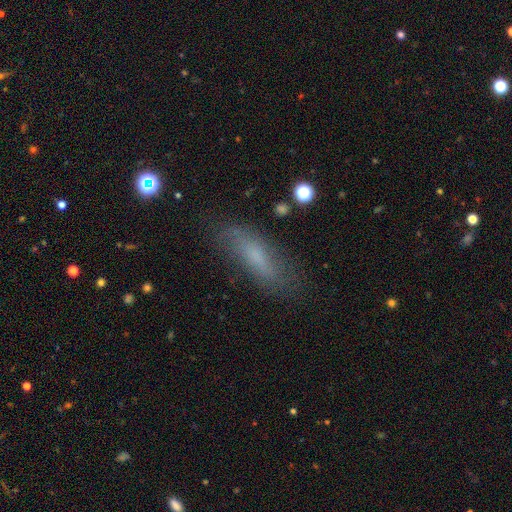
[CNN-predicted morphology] smooth-or-featured: smooth: 60% | featured or disk: 30% | star or artifact: 10%
  how-rounded: cigar-shaped: 51% | in between: 47% | round: 3%
  merging: none: 73% | minor disturbance: 18% | major disturbance: 7% | merger: 2%